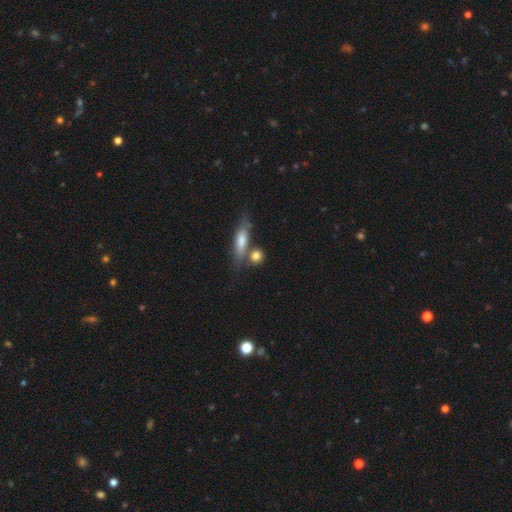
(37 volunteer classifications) Smooth or featured? 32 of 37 (86%) said smooth. How rounded? 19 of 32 (59%) said round. Merging? 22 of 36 (61%) said none.